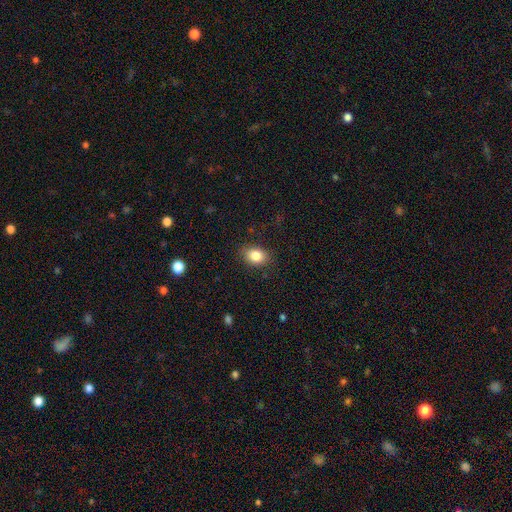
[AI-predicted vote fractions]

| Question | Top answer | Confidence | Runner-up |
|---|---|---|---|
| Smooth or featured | smooth | 84% | star or artifact (9%) |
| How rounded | in between | 71% | round (28%) |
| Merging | none | 85% | minor disturbance (11%) |